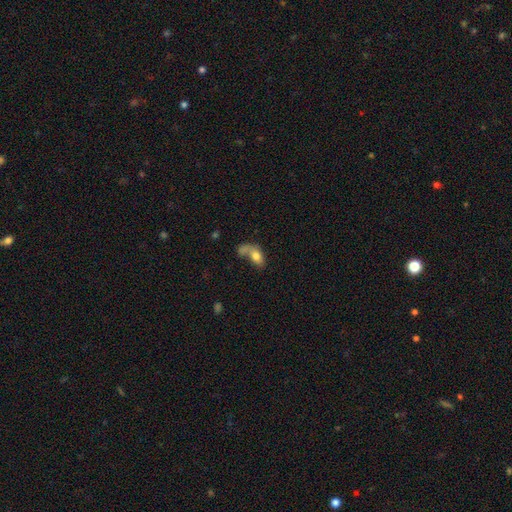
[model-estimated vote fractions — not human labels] A smooth galaxy with no disk features (68%) that is in between round and cigar-shaped (81%).

Vote fractions:
- Smooth or featured? smooth: 68% / featured or disk: 23% / star or artifact: 9%
- How rounded? in between: 81% / round: 13% / cigar-shaped: 5%
- Merging? merger: 35% / major disturbance: 28% / none: 23% / minor disturbance: 14%